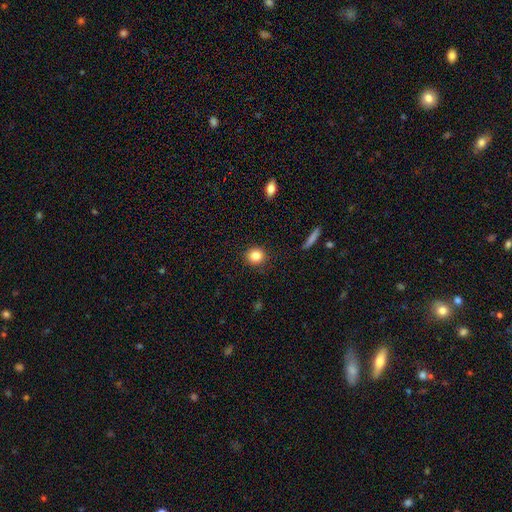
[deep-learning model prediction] Smooth or featured?
  - smooth: 86% *
  - star or artifact: 9%
  - featured or disk: 5%
How rounded?
  - round: 88% *
  - in between: 11%
  - cigar-shaped: 1%
Merging?
  - none: 90% *
  - minor disturbance: 7%
  - major disturbance: 2%
  - merger: 1%